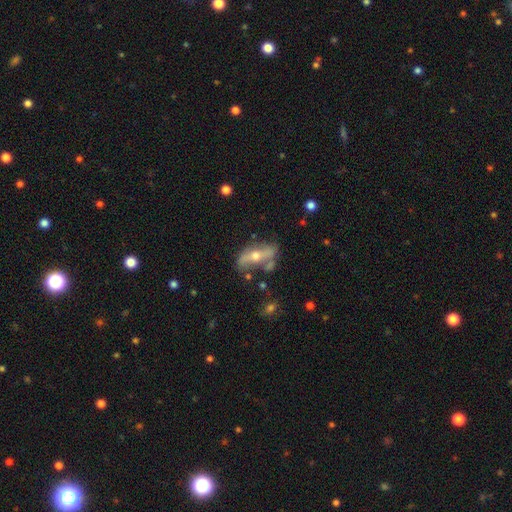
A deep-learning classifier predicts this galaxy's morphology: This is likely a featured or disk galaxy (67%). It is possibly not viewed edge-on (52%). Merging: likely none (63%).